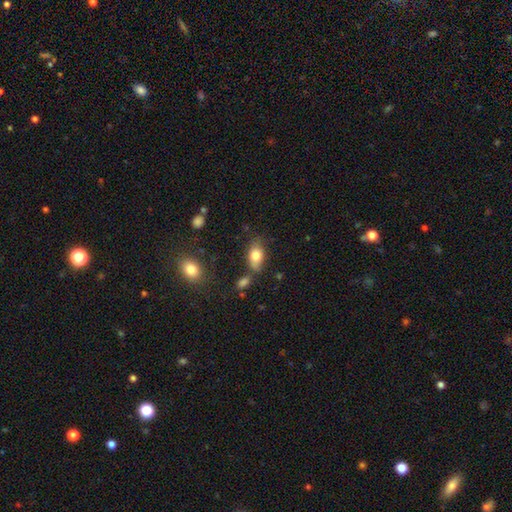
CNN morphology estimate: Smooth or featured?
  - smooth: 78% *
  - featured or disk: 14%
  - star or artifact: 8%
How rounded?
  - in between: 88% *
  - round: 9%
  - cigar-shaped: 4%
Merging?
  - none: 65% *
  - minor disturbance: 20%
  - merger: 10%
  - major disturbance: 5%